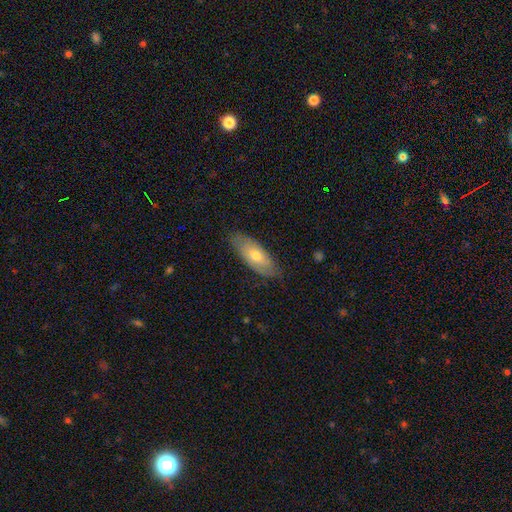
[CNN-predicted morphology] smooth_or_featured: smooth (p=0.62) [alt: featured or disk p=0.32]
how_rounded: in between (p=0.75) [alt: cigar-shaped p=0.23]
merging: none (p=0.79) [alt: minor disturbance p=0.17]